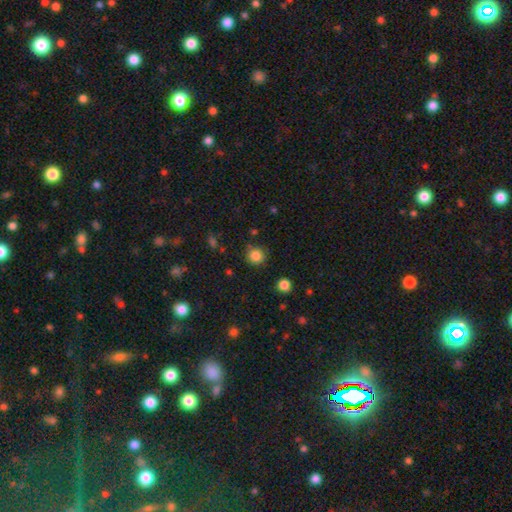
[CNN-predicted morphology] This appears to be a smooth galaxy with no disk features (84%) that is round (91%). Merging: none (83%).